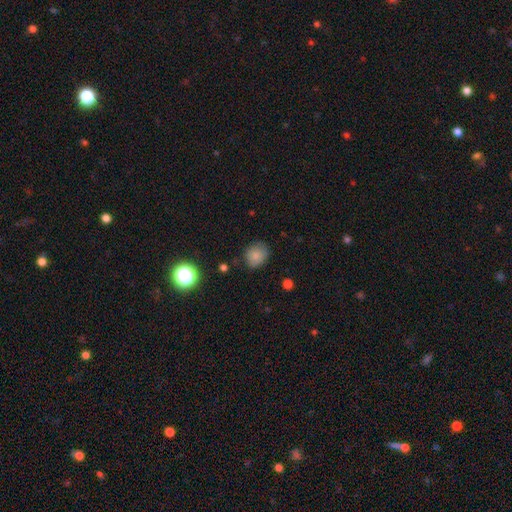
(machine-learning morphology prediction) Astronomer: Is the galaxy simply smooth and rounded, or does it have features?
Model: smooth — 81%.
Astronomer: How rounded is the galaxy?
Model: round — 63%.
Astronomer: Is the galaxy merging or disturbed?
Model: none — 74%.